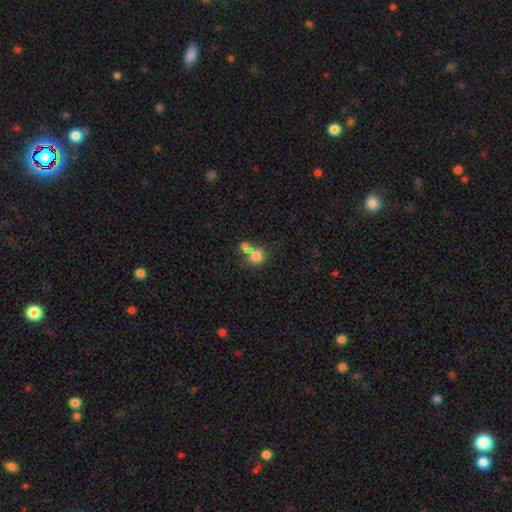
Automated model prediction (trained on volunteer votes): smooth-or-featured: smooth: 80% | star or artifact: 11% | featured or disk: 10%
  how-rounded: round: 83% | in between: 16% | cigar-shaped: 1%
  merging: merger: 52% | none: 38% | minor disturbance: 7% | major disturbance: 3%